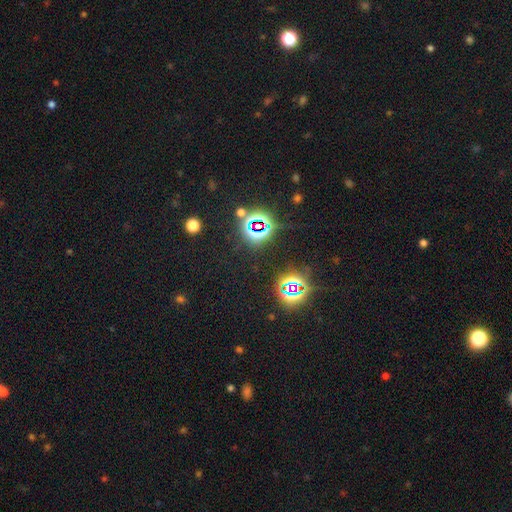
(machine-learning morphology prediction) Smooth or featured?
  - star or artifact: 81% *
  - smooth: 12%
  - featured or disk: 7%